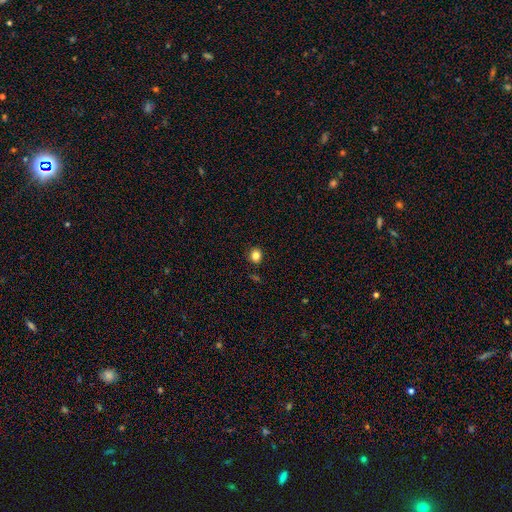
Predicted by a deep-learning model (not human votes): Smooth or featured: smooth — 83% (star or artifact — 12%)
How rounded: round — 81% (in between — 18%)
Merging: none — 89% (minor disturbance — 7%)